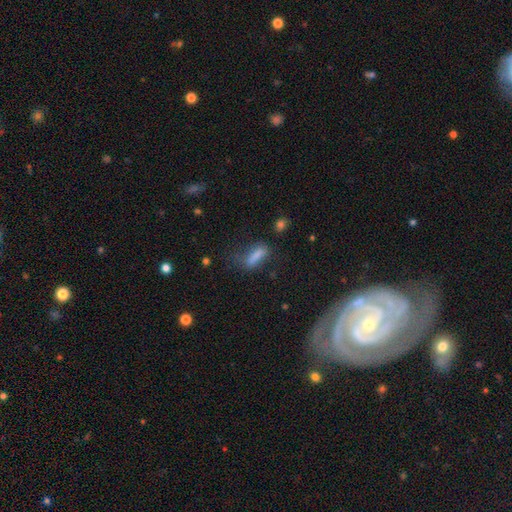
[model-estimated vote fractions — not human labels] Overall: smooth (68%). How rounded: cigar-shaped (56%; in between 40%). Merging: none (52%; minor disturbance 25%).